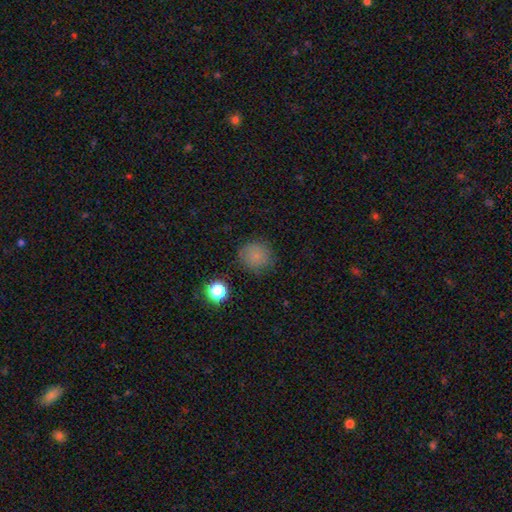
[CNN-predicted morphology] A smooth galaxy with no disk features (78%) that is round (89%).

Vote fractions:
- Smooth or featured? smooth: 78% / star or artifact: 15% / featured or disk: 7%
- How rounded? round: 89% / in between: 10% / cigar-shaped: 1%
- Merging? none: 82% / minor disturbance: 12% / major disturbance: 4% / merger: 2%